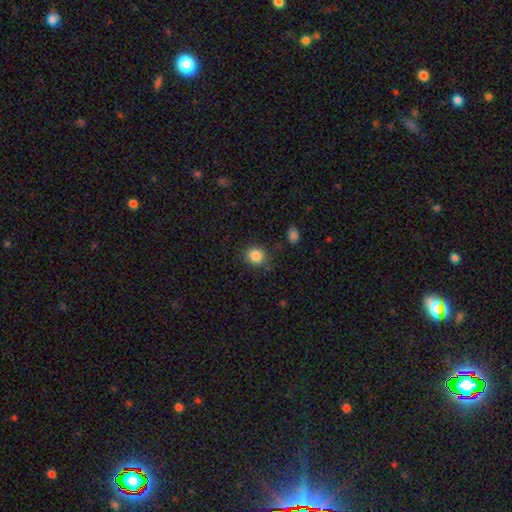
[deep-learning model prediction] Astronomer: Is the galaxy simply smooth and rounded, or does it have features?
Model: smooth — 86%.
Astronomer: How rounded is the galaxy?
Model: round — 80%.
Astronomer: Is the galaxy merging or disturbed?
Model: none — 83%.